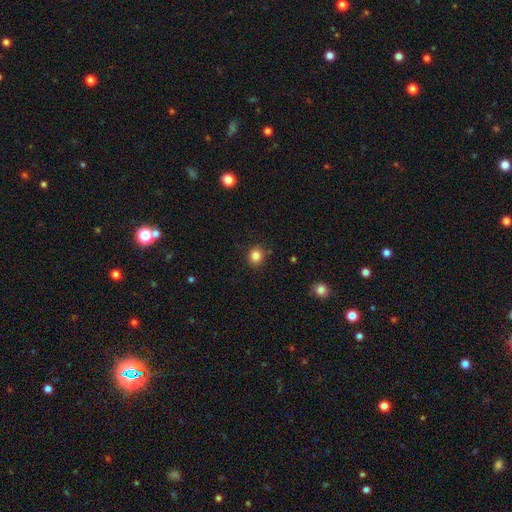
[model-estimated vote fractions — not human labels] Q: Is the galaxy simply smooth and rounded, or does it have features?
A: smooth — 85%.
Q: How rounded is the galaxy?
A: round — 84%.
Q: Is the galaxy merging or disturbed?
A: none — 87%.